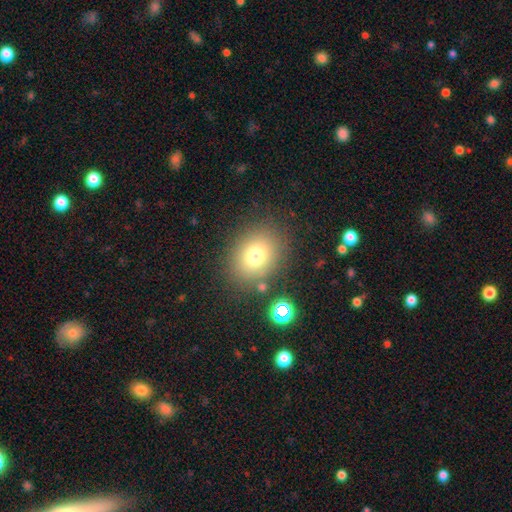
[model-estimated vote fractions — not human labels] smooth 75%, star or artifact 15%, featured or disk 11%. Down the decision tree: how rounded — round (54%); merging — none (80%).